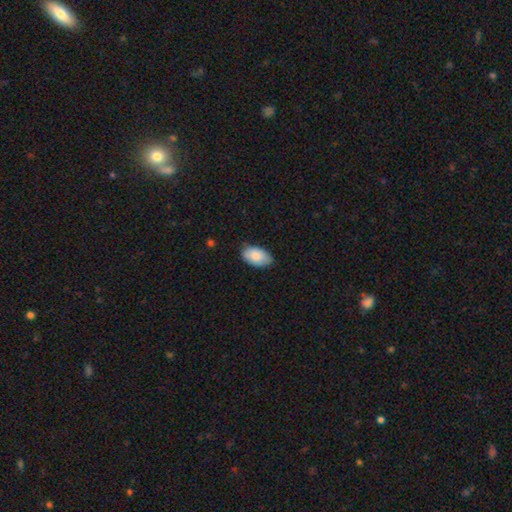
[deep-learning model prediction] Smooth or featured?
  - smooth: 86% *
  - featured or disk: 8%
  - star or artifact: 6%
How rounded?
  - in between: 95% *
  - round: 4%
  - cigar-shaped: 1%
Merging?
  - none: 78% *
  - minor disturbance: 19%
  - major disturbance: 2%
  - merger: 1%